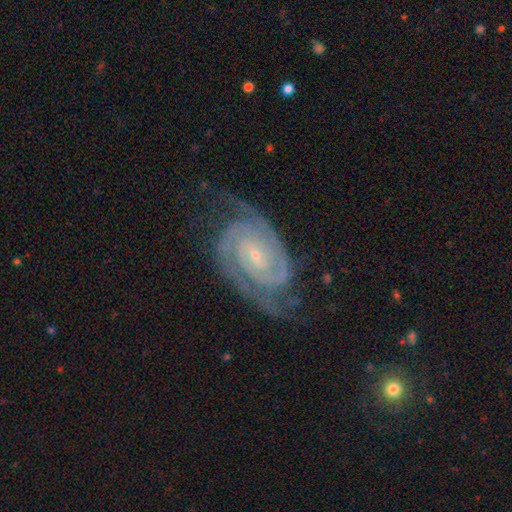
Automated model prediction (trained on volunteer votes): A featured or disk galaxy (92%) with no bar (53%), 2 (80%) tight (71%) spiral arms (99%) and a small central bulge (79%). Merging: none (73%).